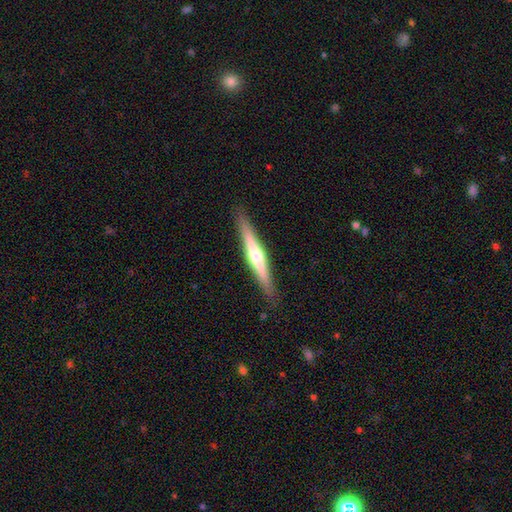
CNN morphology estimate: Smooth or featured?
  - featured or disk: 65% *
  - smooth: 29%
  - star or artifact: 5%
Edge-on disk?
  - yes: 97% *
  - no: 3%
Edge-on bulge?
  - rounded: 84% *
  - none: 9%
  - boxy: 7%
Merging?
  - none: 90% *
  - minor disturbance: 8%
  - major disturbance: 1%
  - merger: 1%